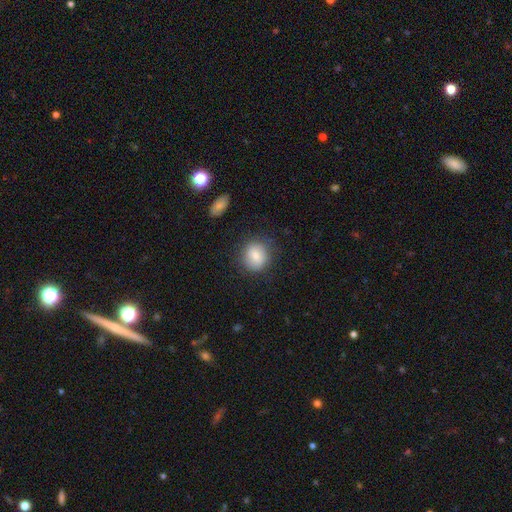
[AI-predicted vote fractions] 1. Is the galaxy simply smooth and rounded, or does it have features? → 81% smooth, 11% featured or disk, 8% star or artifact.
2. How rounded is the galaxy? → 81% round, 18% in between, 1% cigar-shaped.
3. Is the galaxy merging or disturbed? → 81% none, 13% minor disturbance, 4% major disturbance, 2% merger.